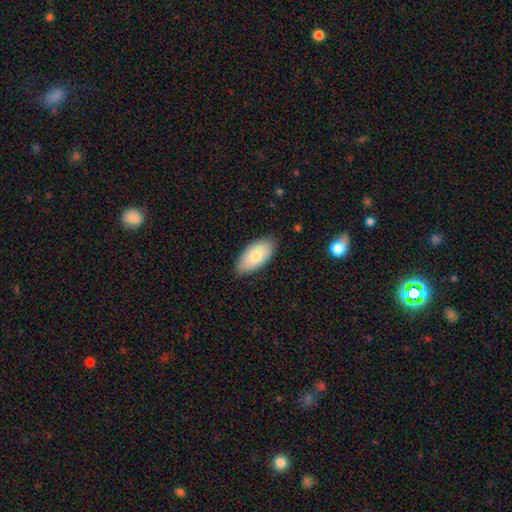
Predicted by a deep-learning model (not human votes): This is likely a smooth galaxy (78%). How rounded: clearly in between (94%). Merging: clearly none (82%).